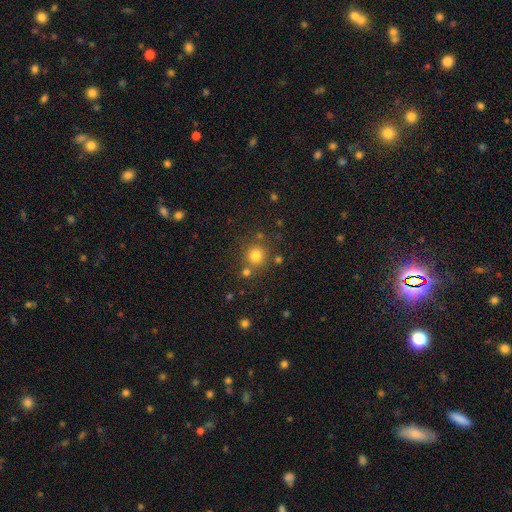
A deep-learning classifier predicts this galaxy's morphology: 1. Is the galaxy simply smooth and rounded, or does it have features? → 78% smooth, 15% star or artifact, 7% featured or disk.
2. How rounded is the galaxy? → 92% round, 7% in between, 1% cigar-shaped.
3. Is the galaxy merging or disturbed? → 76% none, 12% merger, 8% minor disturbance, 3% major disturbance.